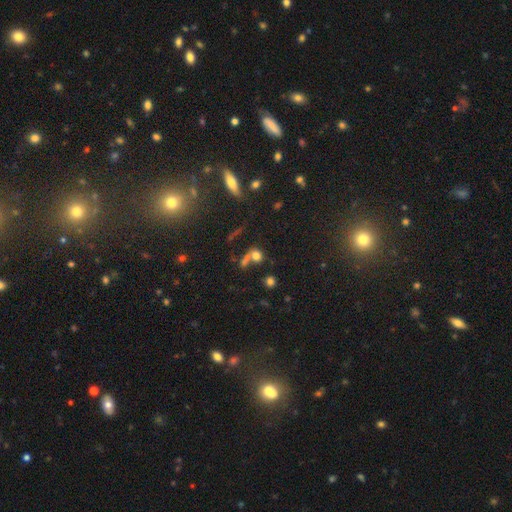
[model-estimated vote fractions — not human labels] Smooth or featured: smooth — 70% (star or artifact — 18%)
How rounded: round — 71% (in between — 26%)
Merging: none — 47% (merger — 35%)